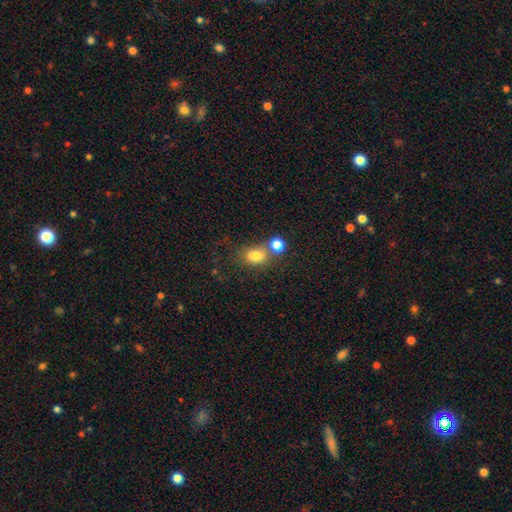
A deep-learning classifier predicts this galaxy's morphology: smooth-or-featured: smooth: 78% | star or artifact: 12% | featured or disk: 10%
  how-rounded: in between: 60% | round: 38% | cigar-shaped: 2%
  merging: none: 50% | merger: 32% | minor disturbance: 13% | major disturbance: 6%